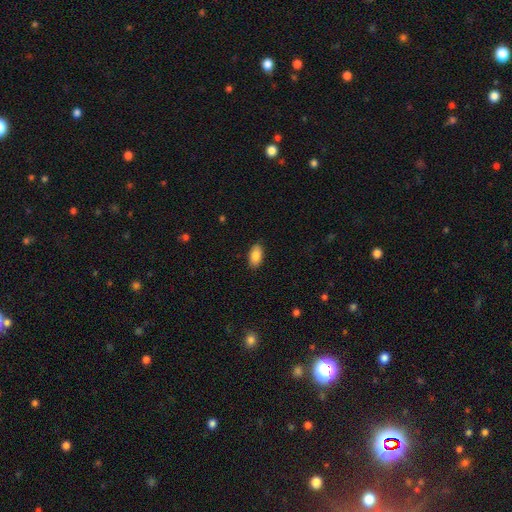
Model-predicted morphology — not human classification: The model was most divided on "smooth or featured": smooth: 86%, featured or disk: 8%, star or artifact: 7%. More confident: how rounded — in between (93%); merging — none (88%).